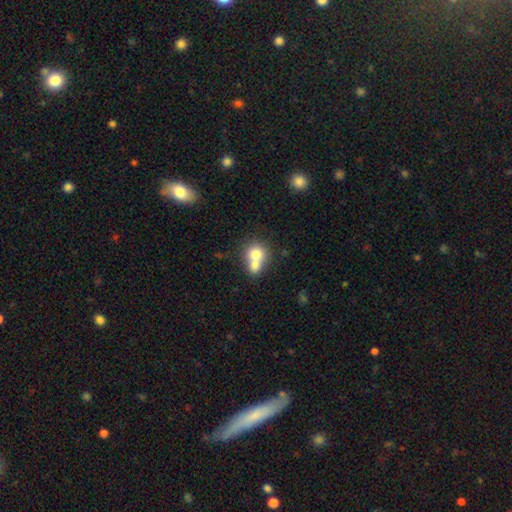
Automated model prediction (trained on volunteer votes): This appears to be a smooth galaxy with no disk features (71%) that is round (70%). Merging: merger (68%).